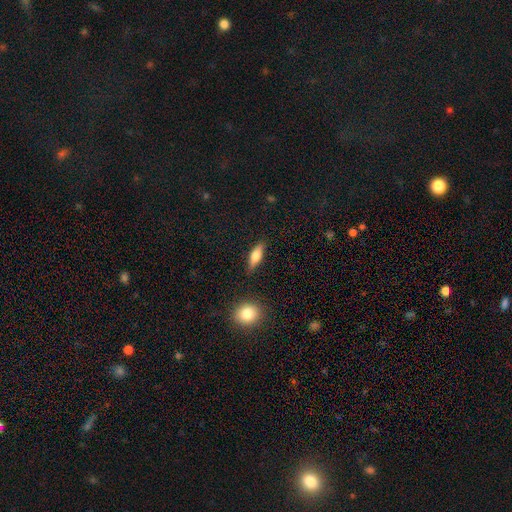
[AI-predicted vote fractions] This is likely a smooth galaxy (62%). How rounded: possibly in between (54%). Merging: clearly none (84%).